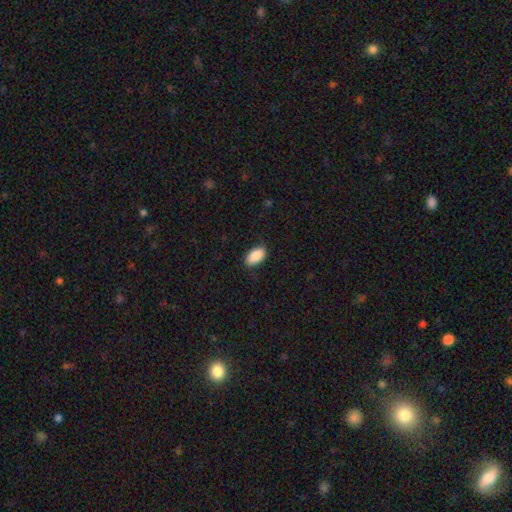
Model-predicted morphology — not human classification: smooth-or-featured: smooth: 90% | star or artifact: 6% | featured or disk: 3%
  how-rounded: in between: 95% | round: 3% | cigar-shaped: 2%
  merging: none: 85% | minor disturbance: 12% | major disturbance: 2% | merger: 1%